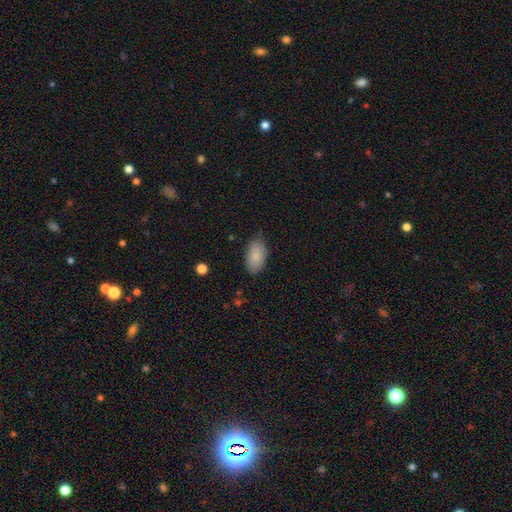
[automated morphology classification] Smooth or featured?
  - smooth: 87% *
  - featured or disk: 6%
  - star or artifact: 6%
How rounded?
  - in between: 94% *
  - round: 3%
  - cigar-shaped: 3%
Merging?
  - none: 77% *
  - minor disturbance: 19%
  - major disturbance: 3%
  - merger: 1%